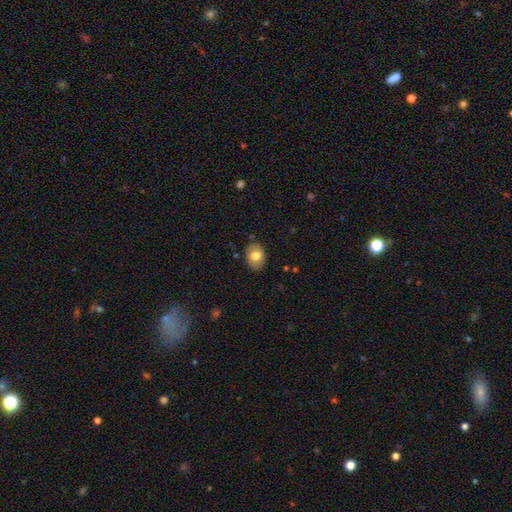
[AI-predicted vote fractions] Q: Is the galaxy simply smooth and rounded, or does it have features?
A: smooth — 75%.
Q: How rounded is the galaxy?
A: in between — 67%.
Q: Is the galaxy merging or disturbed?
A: none — 83%.